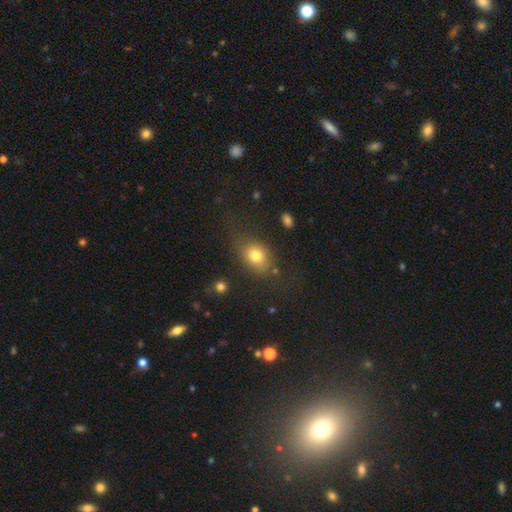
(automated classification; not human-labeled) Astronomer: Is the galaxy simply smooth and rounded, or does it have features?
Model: smooth — 77%.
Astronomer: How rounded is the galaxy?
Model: in between — 65%.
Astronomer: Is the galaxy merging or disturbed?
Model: none — 68%.